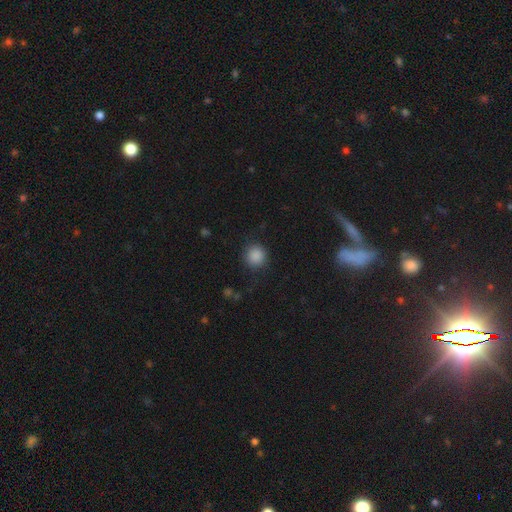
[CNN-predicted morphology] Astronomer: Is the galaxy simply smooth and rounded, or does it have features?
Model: smooth — 87%.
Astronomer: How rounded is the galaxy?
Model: round — 92%.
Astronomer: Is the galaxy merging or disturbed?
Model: none — 87%.